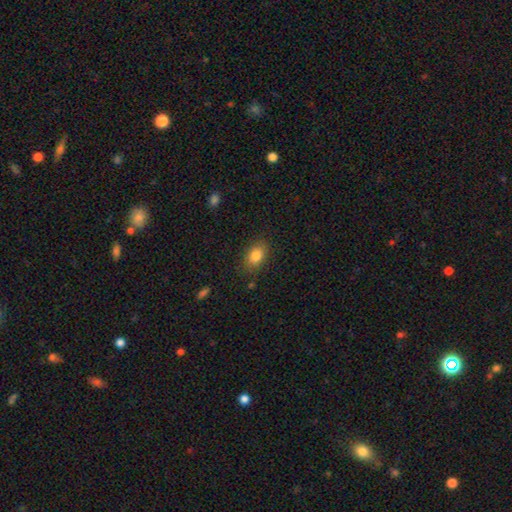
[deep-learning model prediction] Smooth or featured? Predicted: smooth (p=0.83). How rounded? Predicted: in between (p=0.82). Merging? Predicted: none (p=0.83).